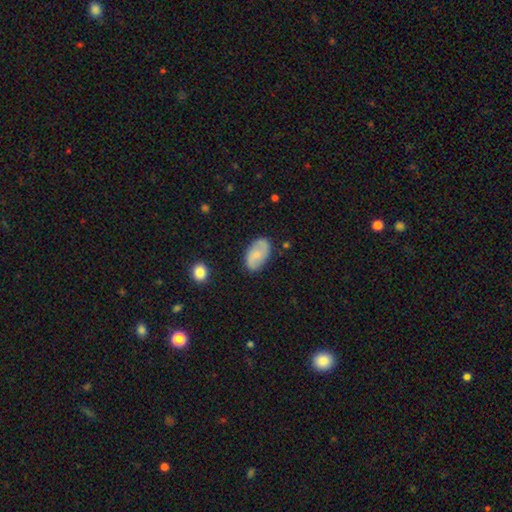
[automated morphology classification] Overall: smooth (56%; featured or disk 38%). How rounded: in between (92%). Merging: none (80%).